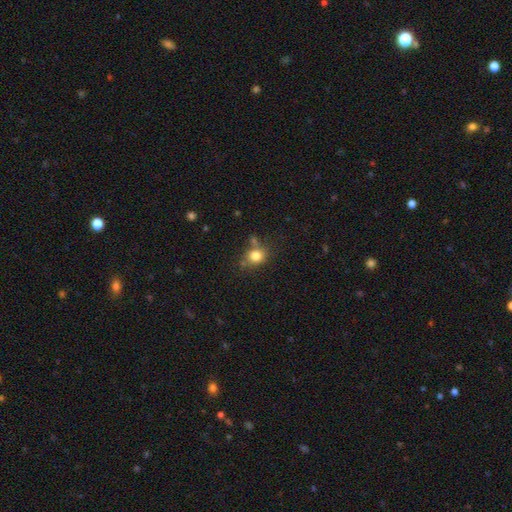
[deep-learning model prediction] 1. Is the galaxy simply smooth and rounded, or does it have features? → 80% smooth, 12% star or artifact, 8% featured or disk.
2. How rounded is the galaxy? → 67% round, 32% in between, 1% cigar-shaped.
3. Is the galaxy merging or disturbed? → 63% none, 18% minor disturbance, 13% merger, 6% major disturbance.